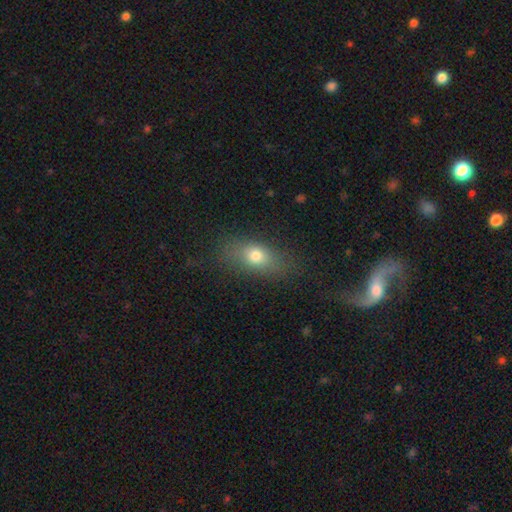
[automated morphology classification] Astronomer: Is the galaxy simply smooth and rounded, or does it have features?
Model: smooth — 74%.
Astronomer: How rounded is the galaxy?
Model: in between — 73%.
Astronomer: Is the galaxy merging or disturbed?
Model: none — 78%.